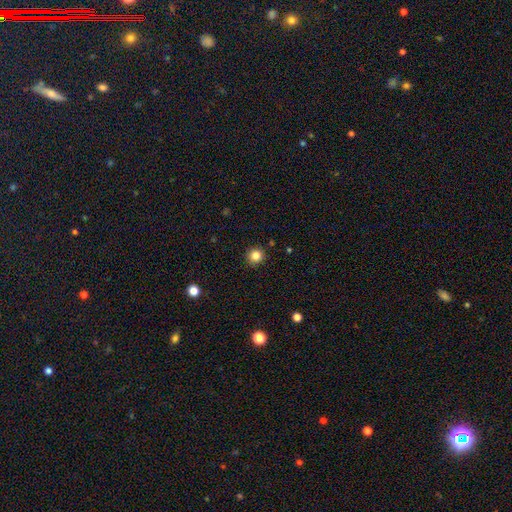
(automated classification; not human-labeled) A smooth galaxy with no disk features (83%) that is round (94%).

Vote fractions:
- Smooth or featured? smooth: 83% / star or artifact: 12% / featured or disk: 4%
- How rounded? round: 94% / in between: 5% / cigar-shaped: 1%
- Merging? none: 90% / minor disturbance: 7% / major disturbance: 2% / merger: 1%